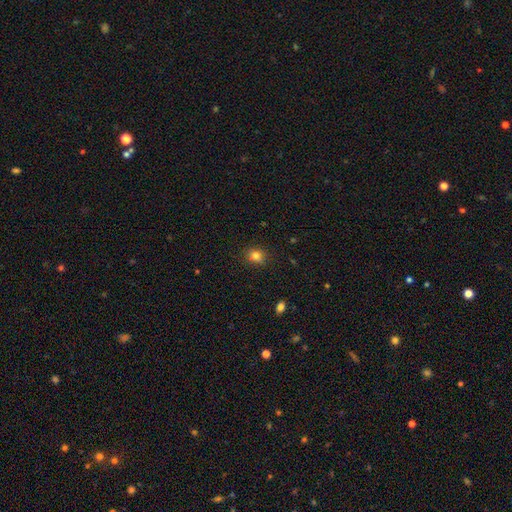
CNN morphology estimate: smooth 82%, star or artifact 12%, featured or disk 5%. Down the decision tree: how rounded — round (59%); merging — none (84%).